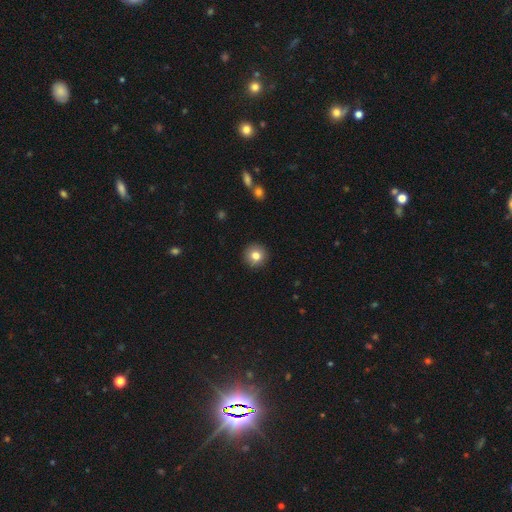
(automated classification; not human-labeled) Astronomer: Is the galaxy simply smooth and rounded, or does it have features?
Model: smooth — 82%.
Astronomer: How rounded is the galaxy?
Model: round — 95%.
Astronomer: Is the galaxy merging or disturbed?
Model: none — 92%.